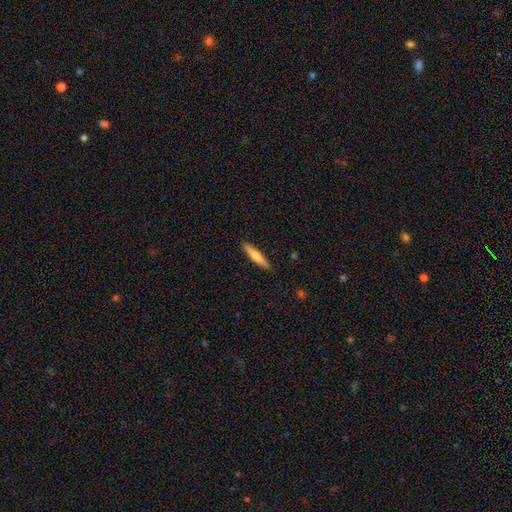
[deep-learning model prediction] A smooth galaxy with no disk features (68%) that is cigar-shaped (90%).

Vote fractions:
- Smooth or featured? smooth: 68% / featured or disk: 27% / star or artifact: 5%
- How rounded? cigar-shaped: 90% / in between: 9% / round: 1%
- Merging? none: 90% / minor disturbance: 7% / major disturbance: 2% / merger: 1%